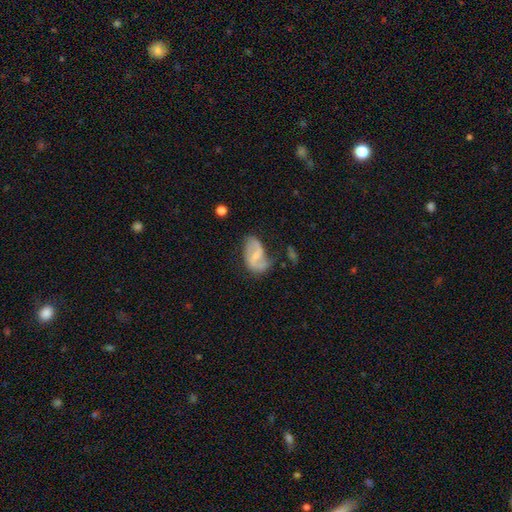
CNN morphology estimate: Smooth or featured?
  - featured or disk: 68% *
  - smooth: 25%
  - star or artifact: 7%
Edge-on disk?
  - no: 96% *
  - yes: 4%
Bar?
  - weak: 48% *
  - no: 28%
  - strong: 24%
Spiral arms?
  - yes: 85% *
  - no: 15%
Spiral winding?
  - loose: 50% *
  - medium: 36%
  - tight: 14%
Spiral arm count?
  - 2: 83% *
  - can't tell: 9%
  - 1: 5%
  - 3: 1%
  - 4: 1%
  - more than 4: 1%
Bulge size?
  - small: 59% *
  - moderate: 27%
  - none: 11%
  - large: 2%
  - dominant: 1%
Merging?
  - none: 49% *
  - minor disturbance: 30%
  - major disturbance: 16%
  - merger: 5%